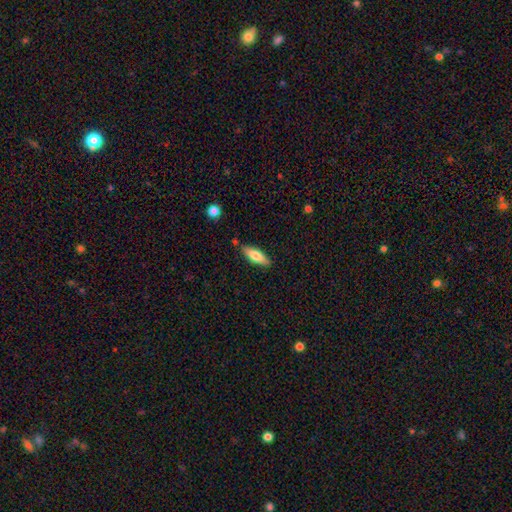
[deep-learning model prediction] Smooth or featured: smooth — 73% (featured or disk — 21%)
How rounded: in between — 57% (cigar-shaped — 41%)
Merging: none — 81% (minor disturbance — 13%)